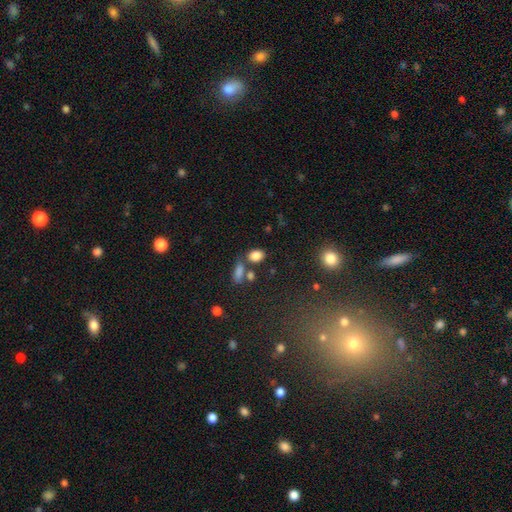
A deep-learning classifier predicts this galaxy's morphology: Smooth or featured: smooth — 83% (star or artifact — 11%)
How rounded: in between — 78% (round — 20%)
Merging: none — 64% (merger — 19%)